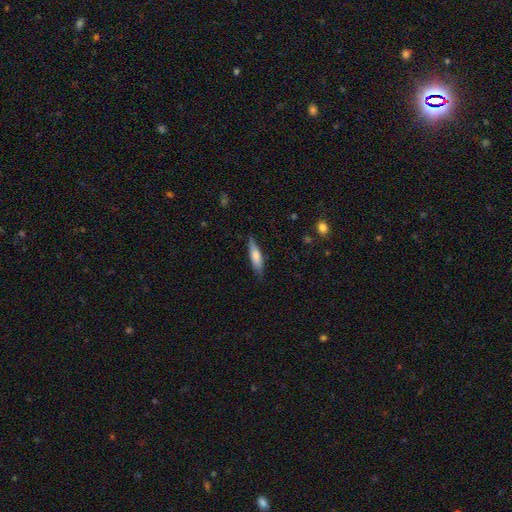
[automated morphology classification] Q: Smooth or featured?
A: smooth (67%); runner-up: featured or disk (27%)
Q: How rounded?
A: cigar-shaped (73%); runner-up: in between (26%)
Q: Merging?
A: none (82%); runner-up: minor disturbance (15%)